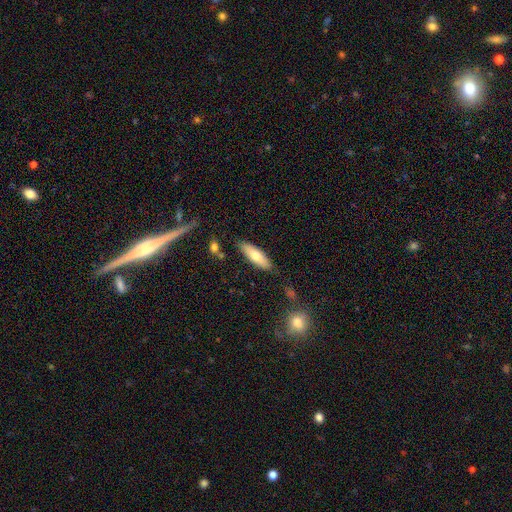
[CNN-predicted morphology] smooth-or-featured: smooth: 68% | featured or disk: 26% | star or artifact: 6%
  how-rounded: in between: 57% | cigar-shaped: 41% | round: 2%
  merging: none: 83% | minor disturbance: 12% | merger: 3% | major disturbance: 2%